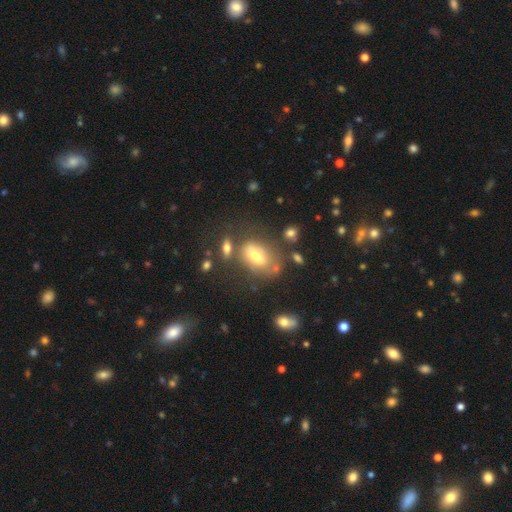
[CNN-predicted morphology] A smooth galaxy with no disk features (60%) that is in between round and cigar-shaped (85%).

Vote fractions:
- Smooth or featured? smooth: 60% / featured or disk: 28% / star or artifact: 12%
- How rounded? in between: 85% / round: 11% / cigar-shaped: 4%
- Merging? none: 54% / minor disturbance: 20% / merger: 15% / major disturbance: 11%